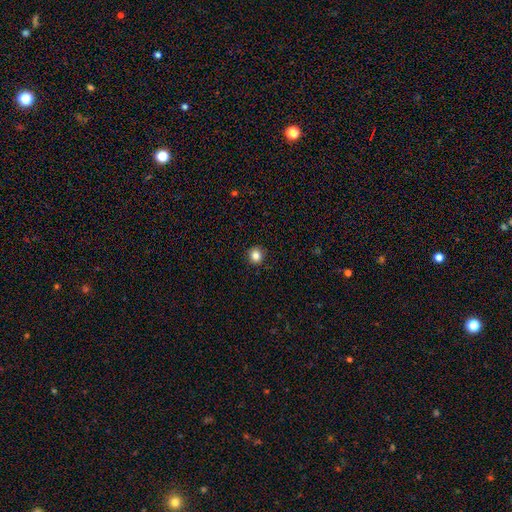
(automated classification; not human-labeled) Smooth or featured? Predicted: smooth (p=0.84). How rounded? Predicted: round (p=0.89). Merging? Predicted: none (p=0.91).